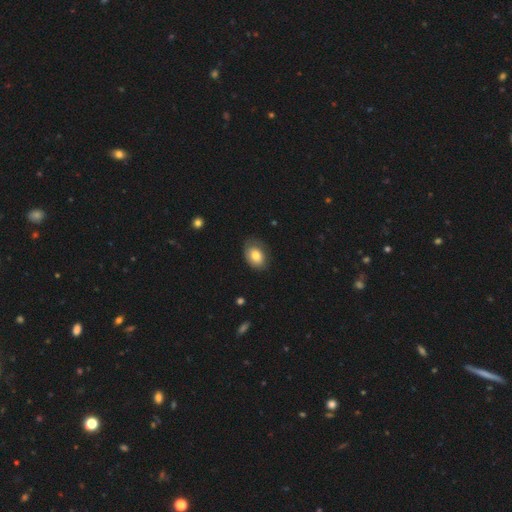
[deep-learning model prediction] A smooth galaxy with no disk features (73%) that is in between round and cigar-shaped (76%). Merging: none (70%).